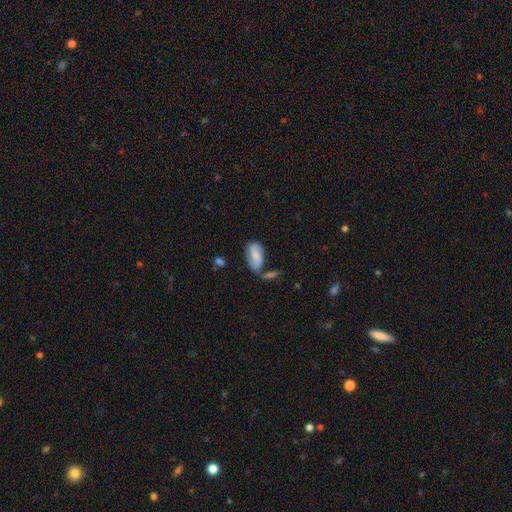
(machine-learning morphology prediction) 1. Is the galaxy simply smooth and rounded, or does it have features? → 49% featured or disk, 43% smooth, 8% star or artifact.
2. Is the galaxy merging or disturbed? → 45% none, 23% minor disturbance, 21% merger, 11% major disturbance.